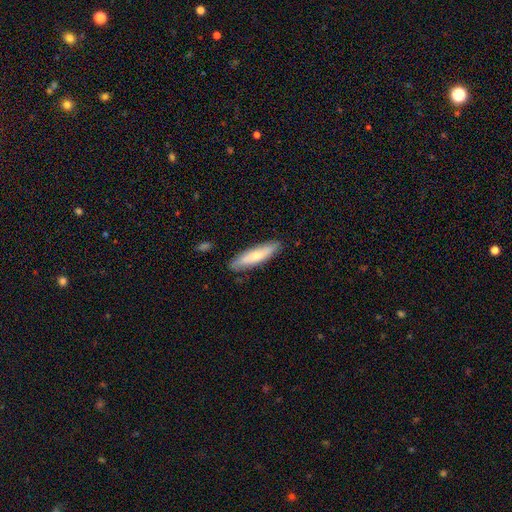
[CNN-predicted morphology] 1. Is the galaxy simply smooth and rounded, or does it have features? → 63% smooth, 31% featured or disk, 6% star or artifact.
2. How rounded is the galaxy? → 75% cigar-shaped, 23% in between, 2% round.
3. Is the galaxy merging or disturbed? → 86% none, 11% minor disturbance, 2% major disturbance, 1% merger.